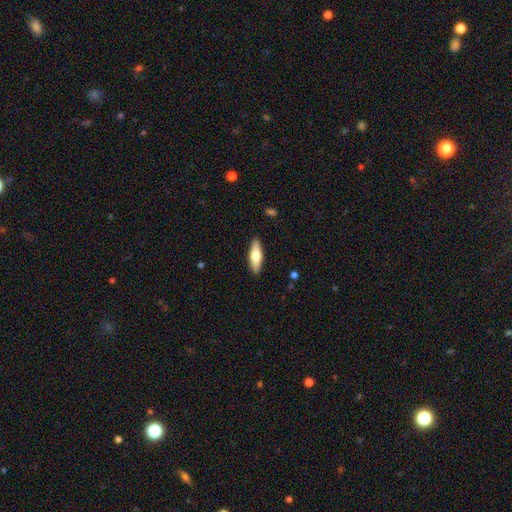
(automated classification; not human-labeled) Smooth or featured?
  - smooth: 59% *
  - featured or disk: 35%
  - star or artifact: 5%
How rounded?
  - cigar-shaped: 50% *
  - in between: 48%
  - round: 2%
Merging?
  - none: 89% *
  - minor disturbance: 8%
  - major disturbance: 2%
  - merger: 1%